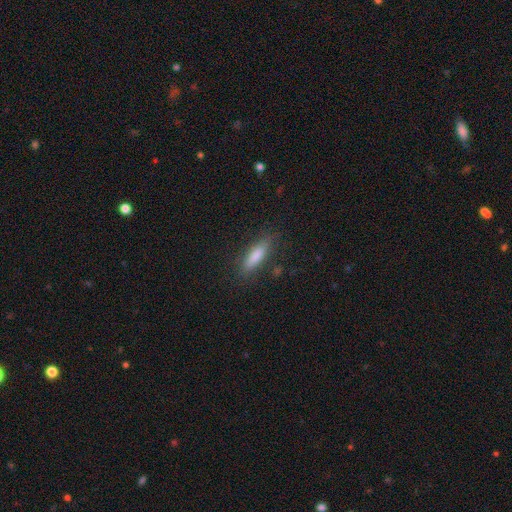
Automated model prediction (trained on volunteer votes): Smooth or featured?
  - smooth: 75% *
  - featured or disk: 16%
  - star or artifact: 8%
How rounded?
  - cigar-shaped: 67% *
  - in between: 31%
  - round: 2%
Merging?
  - none: 83% *
  - minor disturbance: 12%
  - major disturbance: 3%
  - merger: 2%